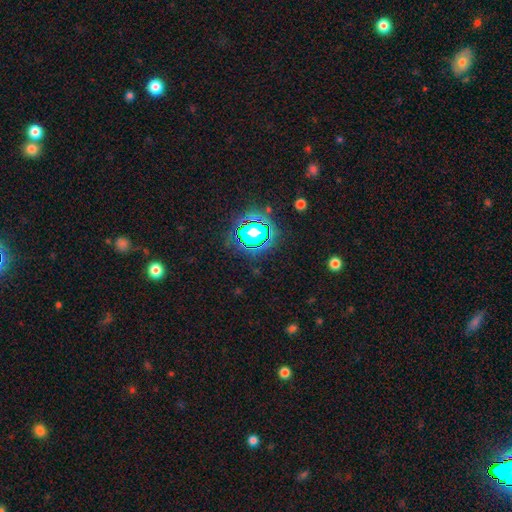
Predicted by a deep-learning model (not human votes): This is likely a star or artifact rather than a galaxy (77%).